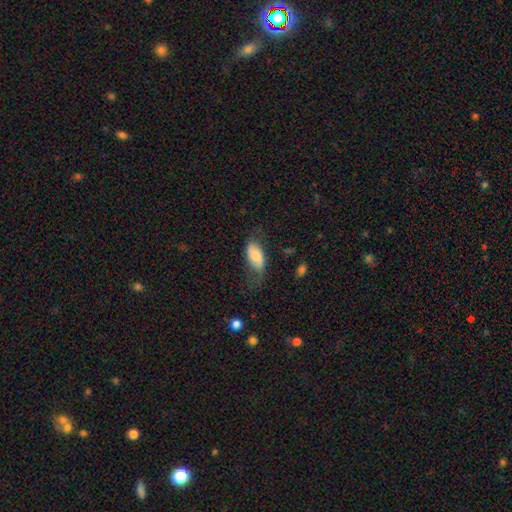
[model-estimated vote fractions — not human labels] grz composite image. It shows a smooth galaxy with no disk features (70%) that is in between round and cigar-shaped (91%). Merging: none (49%).